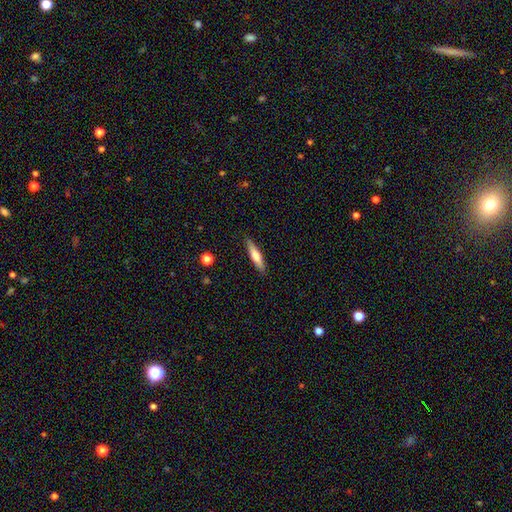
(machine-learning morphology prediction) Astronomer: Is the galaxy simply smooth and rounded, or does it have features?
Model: smooth — 65%.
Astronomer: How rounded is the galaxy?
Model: cigar-shaped — 81%.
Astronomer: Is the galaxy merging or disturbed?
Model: none — 88%.